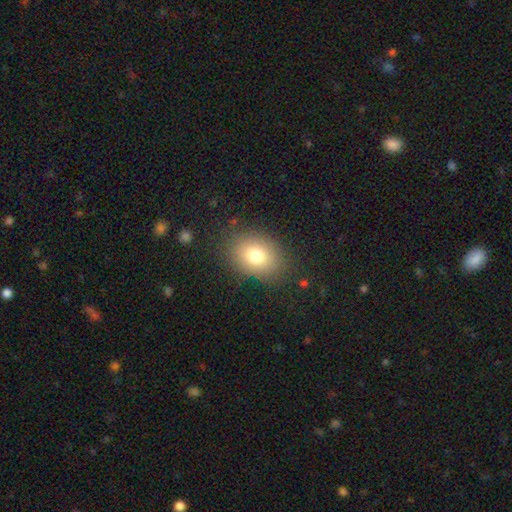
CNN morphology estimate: A smooth galaxy with no disk features (77%) that is in between round and cigar-shaped (66%).

Vote fractions:
- Smooth or featured? smooth: 77% / featured or disk: 12% / star or artifact: 11%
- How rounded? in between: 66% / round: 33% / cigar-shaped: 1%
- Merging? none: 83% / minor disturbance: 12% / major disturbance: 5% / merger: 1%